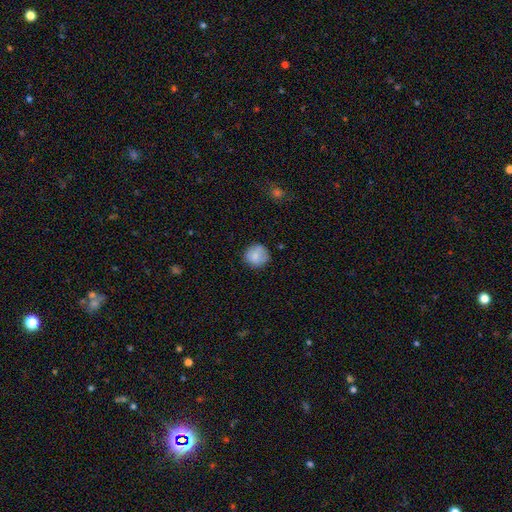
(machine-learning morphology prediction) A smooth galaxy with no disk features (82%) that is round (89%).

Vote fractions:
- Smooth or featured? smooth: 82% / featured or disk: 9% / star or artifact: 8%
- How rounded? round: 89% / in between: 10% / cigar-shaped: 1%
- Merging? none: 79% / minor disturbance: 16% / major disturbance: 4% / merger: 1%